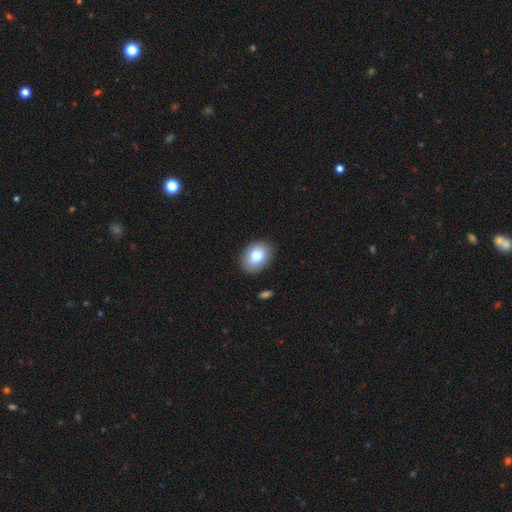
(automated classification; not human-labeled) Smooth or featured? smooth (82%)
How rounded? in between (74%)
Merging? none (87%)